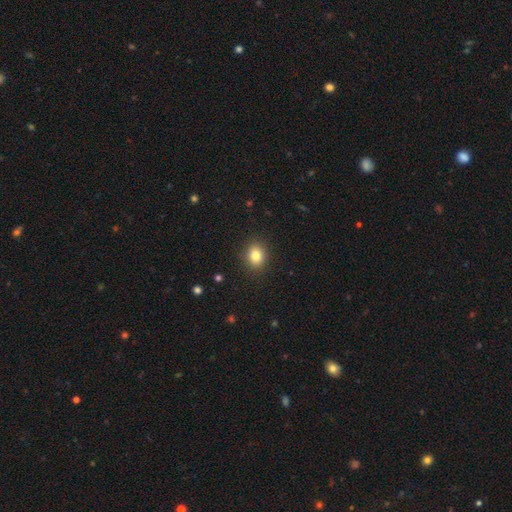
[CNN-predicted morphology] This appears to be a smooth galaxy with no disk features (82%) that is round (56%). Merging: none (89%).